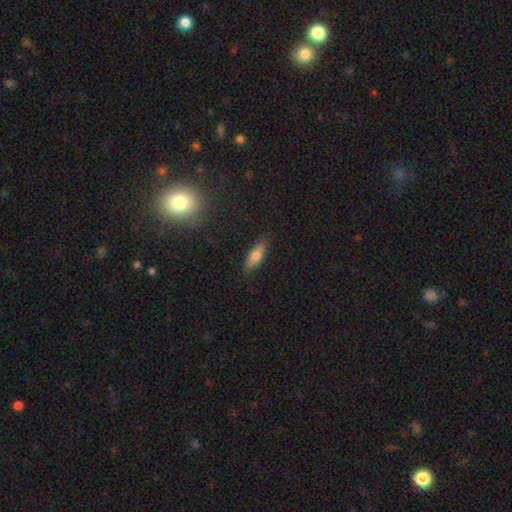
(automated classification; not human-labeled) Smooth or featured?
  - smooth: 72% *
  - featured or disk: 20%
  - star or artifact: 8%
How rounded?
  - in between: 57% *
  - cigar-shaped: 40%
  - round: 3%
Merging?
  - none: 85% *
  - minor disturbance: 11%
  - major disturbance: 2%
  - merger: 1%